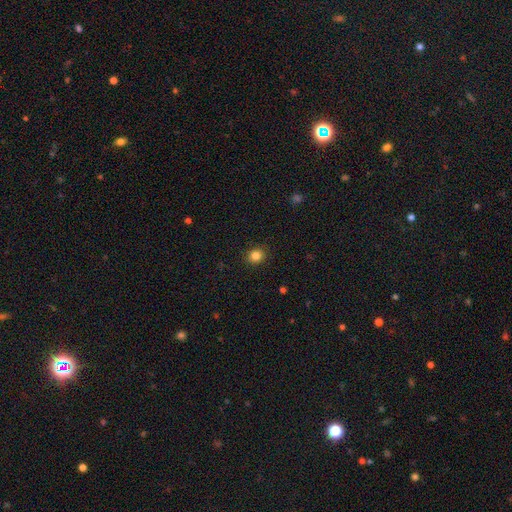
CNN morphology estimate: smooth 84%, star or artifact 11%, featured or disk 5%. Down the decision tree: how rounded — round (73%); merging — none (89%).